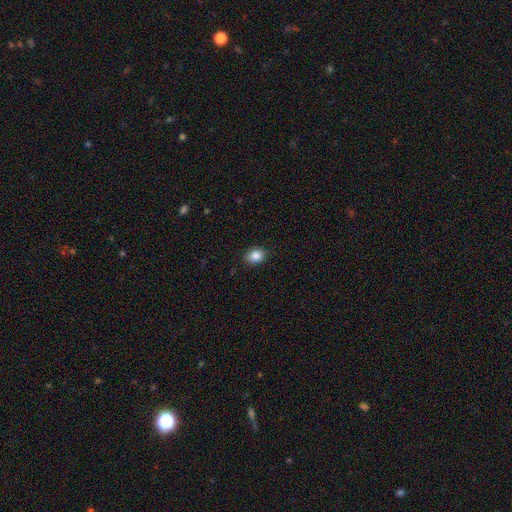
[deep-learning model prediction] smooth_or_featured: smooth (p=0.86) [alt: star or artifact p=0.09]
how_rounded: in between (p=0.63) [alt: round p=0.36]
merging: none (p=0.88) [alt: minor disturbance p=0.09]